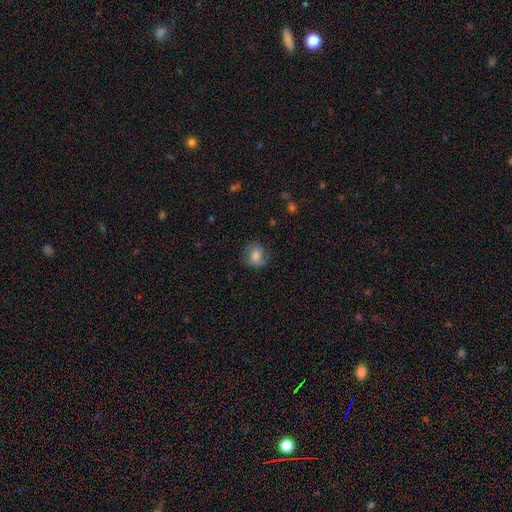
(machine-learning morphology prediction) Q: Smooth or featured?
A: smooth (65%); runner-up: featured or disk (25%)
Q: How rounded?
A: round (69%); runner-up: in between (30%)
Q: Merging?
A: none (70%); runner-up: minor disturbance (20%)